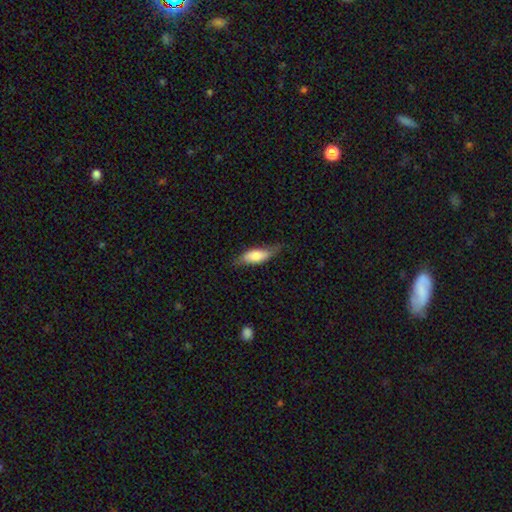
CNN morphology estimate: type=smooth (71%); roundness=in between (68%); merging=none (62%).